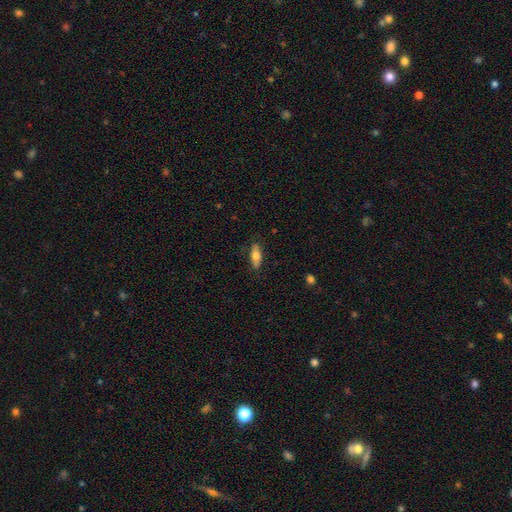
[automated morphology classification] The model was most divided on "how rounded": in between: 66%, cigar-shaped: 31%, round: 3%. More confident: merging — none (84%); smooth or featured — smooth (68%).